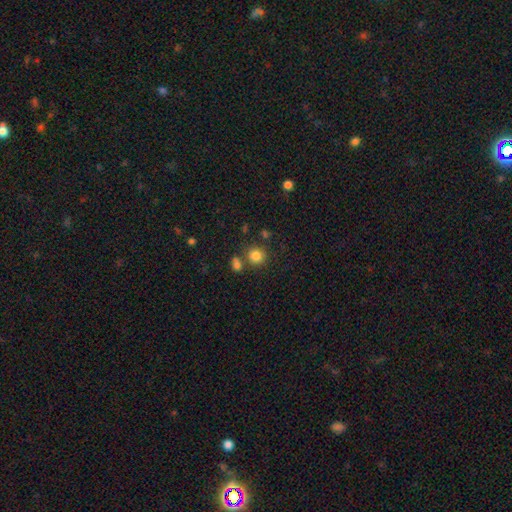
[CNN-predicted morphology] A smooth galaxy with no disk features (82%) that is round (89%).

Vote fractions:
- Smooth or featured? smooth: 82% / star or artifact: 12% / featured or disk: 6%
- How rounded? round: 89% / in between: 10% / cigar-shaped: 1%
- Merging? none: 73% / merger: 15% / minor disturbance: 9% / major disturbance: 3%